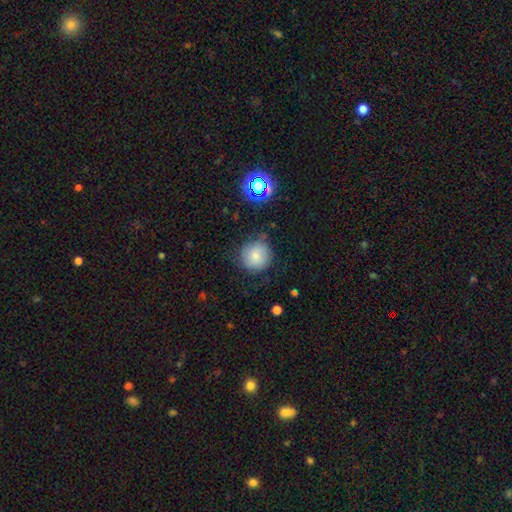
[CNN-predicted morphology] This is likely a smooth galaxy (79%). How rounded: clearly round (91%). Merging: likely none (73%).